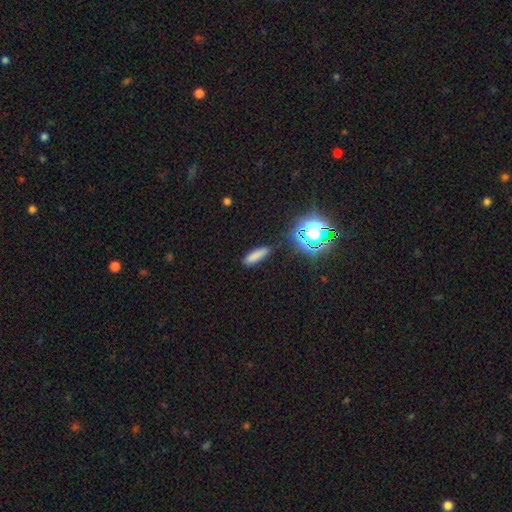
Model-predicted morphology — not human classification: Smooth or featured?
  - smooth: 77% *
  - star or artifact: 15%
  - featured or disk: 8%
How rounded?
  - cigar-shaped: 61% *
  - in between: 36%
  - round: 4%
Merging?
  - none: 85% *
  - minor disturbance: 10%
  - major disturbance: 3%
  - merger: 2%